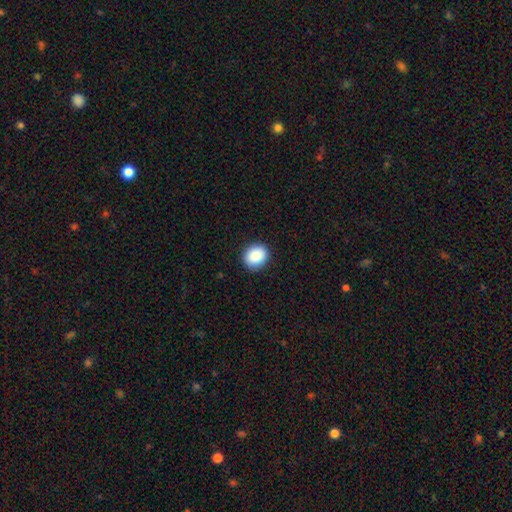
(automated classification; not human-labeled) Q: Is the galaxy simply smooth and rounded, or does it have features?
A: smooth — 89%.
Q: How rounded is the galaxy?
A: round — 67%.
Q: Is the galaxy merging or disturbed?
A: none — 90%.